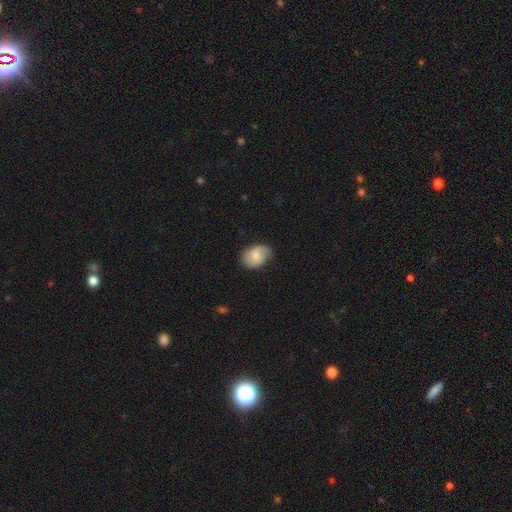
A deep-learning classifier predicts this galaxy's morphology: Q: Smooth or featured?
A: smooth (64%); runner-up: featured or disk (29%)
Q: How rounded?
A: in between (64%); runner-up: round (35%)
Q: Merging?
A: none (62%); runner-up: minor disturbance (29%)